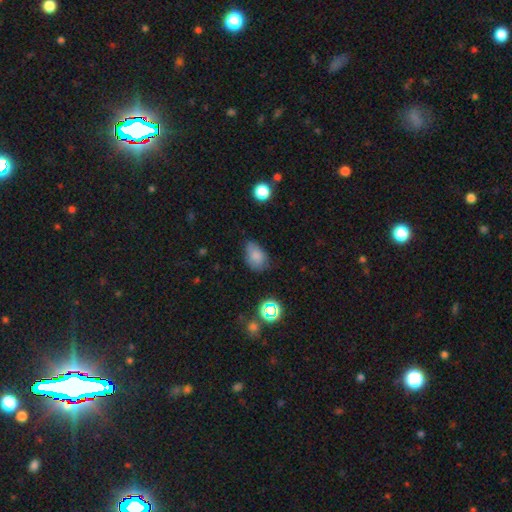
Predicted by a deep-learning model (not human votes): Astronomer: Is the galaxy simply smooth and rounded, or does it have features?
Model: smooth — 78%.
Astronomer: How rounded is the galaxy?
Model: in between — 82%.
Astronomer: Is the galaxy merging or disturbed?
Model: none — 57% (runner-up: minor disturbance, 33%).